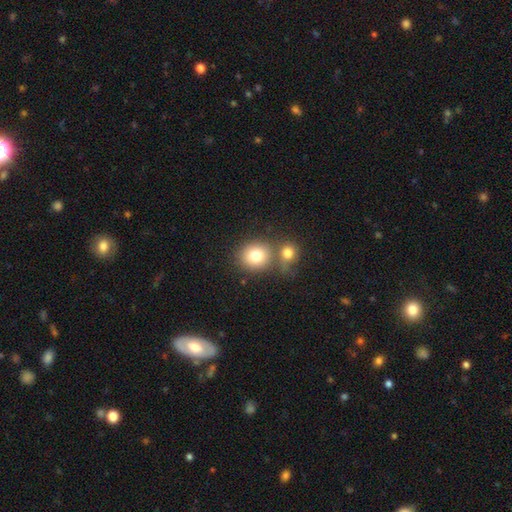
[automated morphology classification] This appears to be a smooth galaxy with no disk features (79%) that is round (80%). Merging: none (54%).